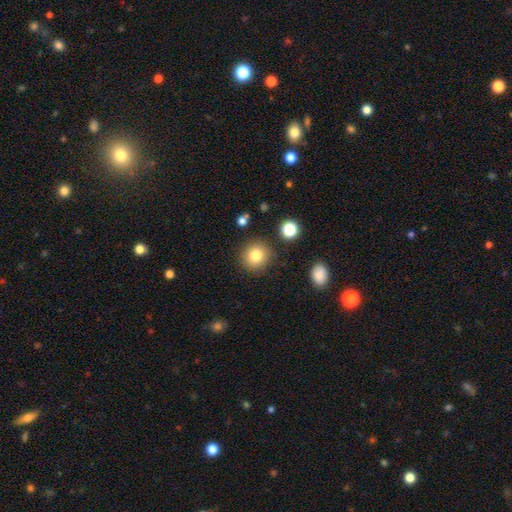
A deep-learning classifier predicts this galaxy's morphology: smooth 81%, star or artifact 11%, featured or disk 8%. Down the decision tree: how rounded — round (90%); merging — none (88%).